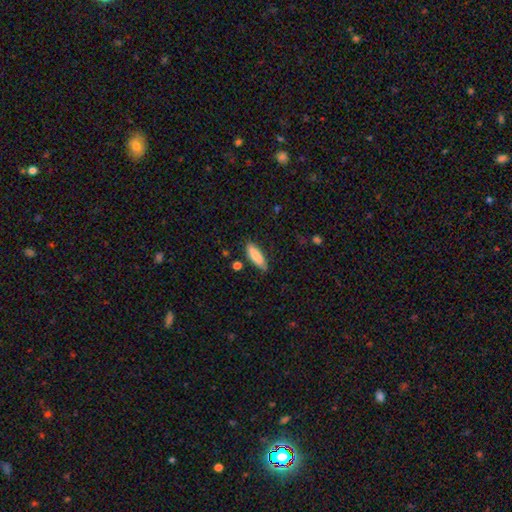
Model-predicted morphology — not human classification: Overall: smooth (84%). How rounded: cigar-shaped (50%; in between 49%). Merging: none (79%).